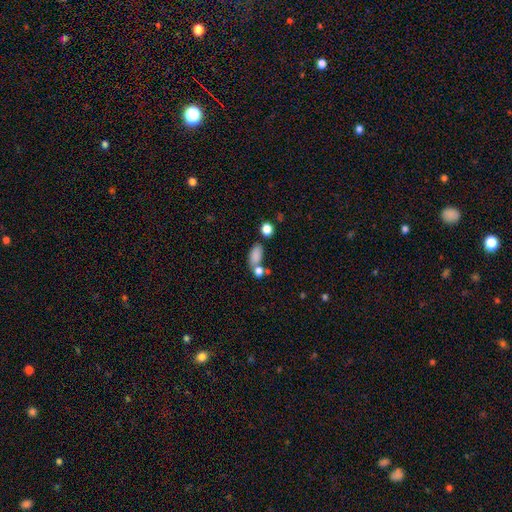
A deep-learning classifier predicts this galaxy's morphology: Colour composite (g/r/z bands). It shows a smooth galaxy with no disk features (82%) that is in between round and cigar-shaped (86%). Merging: none (48%).